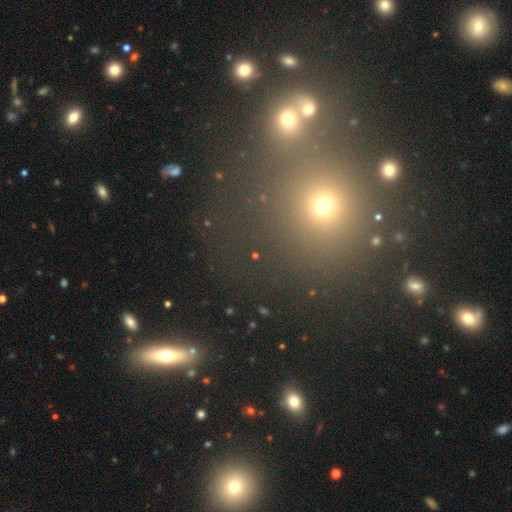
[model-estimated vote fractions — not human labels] Morphology: type=star or artifact (50%).